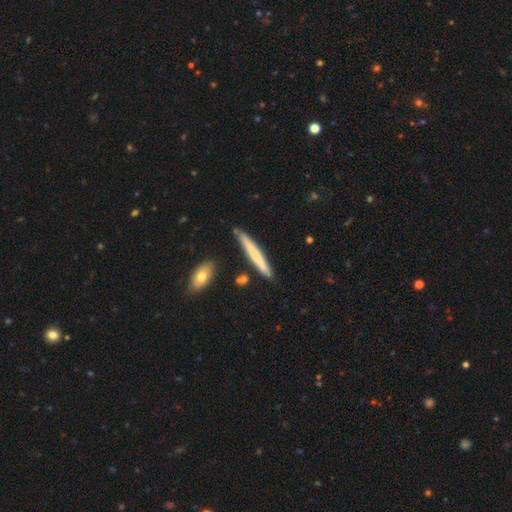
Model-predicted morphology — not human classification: This is possibly a smooth galaxy (59%). How rounded: clearly cigar-shaped (96%). Merging: clearly none (84%).